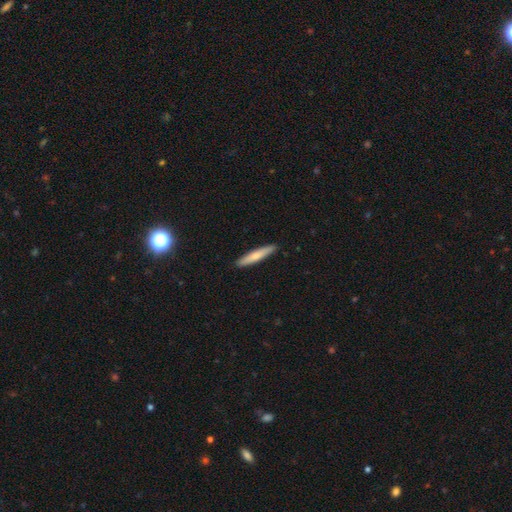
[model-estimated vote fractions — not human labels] Q: Smooth or featured?
A: smooth (69%); runner-up: featured or disk (26%)
Q: How rounded?
A: cigar-shaped (92%); runner-up: in between (7%)
Q: Merging?
A: none (91%); runner-up: minor disturbance (7%)